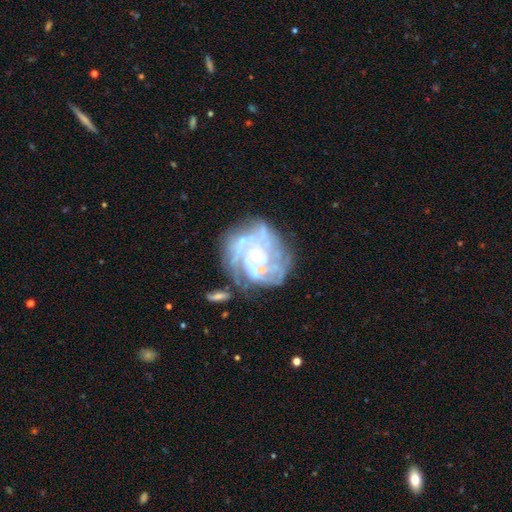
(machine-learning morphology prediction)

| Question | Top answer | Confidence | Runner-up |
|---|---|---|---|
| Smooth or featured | featured or disk | 85% | star or artifact (8%) |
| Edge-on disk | no | 98% | yes (2%) |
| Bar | no | 78% | weak (17%) |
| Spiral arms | yes | 90% | no (10%) |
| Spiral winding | tight | 67% | medium (25%) |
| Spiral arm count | can't tell | 34% | 4 (18%) |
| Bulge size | small | 76% | moderate (17%) |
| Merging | none | 54% | minor disturbance (20%) |